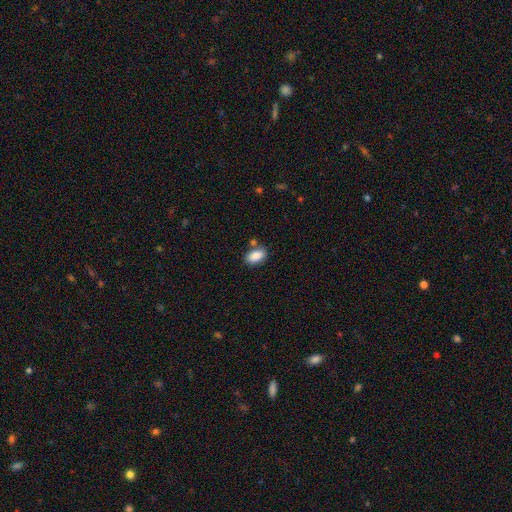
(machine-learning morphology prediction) Overall: smooth (88%). How rounded: in between (92%). Merging: none (76%).